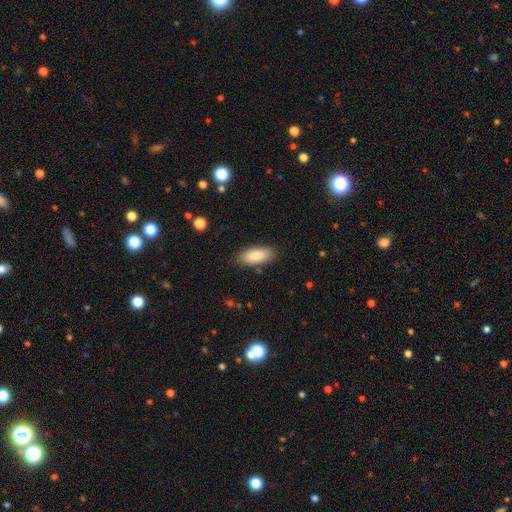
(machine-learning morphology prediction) Q: Smooth or featured?
A: smooth (85%); runner-up: featured or disk (8%)
Q: How rounded?
A: in between (83%); runner-up: cigar-shaped (16%)
Q: Merging?
A: none (84%); runner-up: minor disturbance (12%)